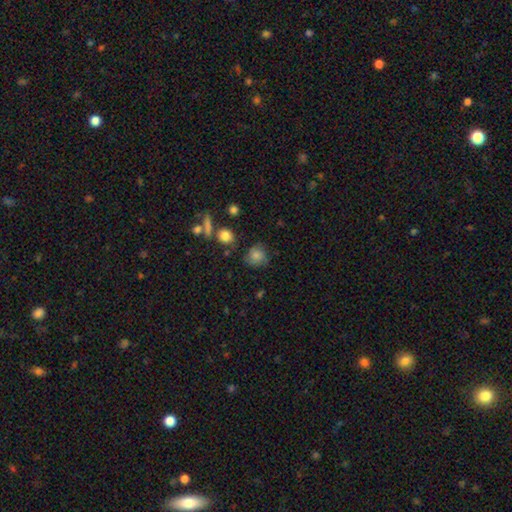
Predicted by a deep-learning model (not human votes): Smooth or featured? Predicted: smooth (p=0.75). How rounded? Predicted: round (p=0.78). Merging? Predicted: none (p=0.66).